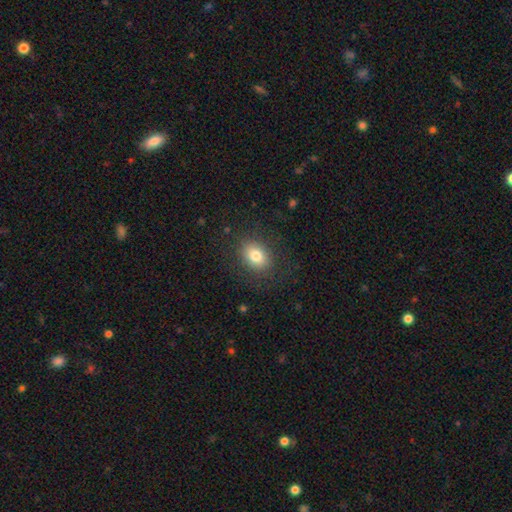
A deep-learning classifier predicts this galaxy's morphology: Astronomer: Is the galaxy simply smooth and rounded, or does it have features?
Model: smooth — 80%.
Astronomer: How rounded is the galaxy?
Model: in between — 65%.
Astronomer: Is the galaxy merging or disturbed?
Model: none — 85%.